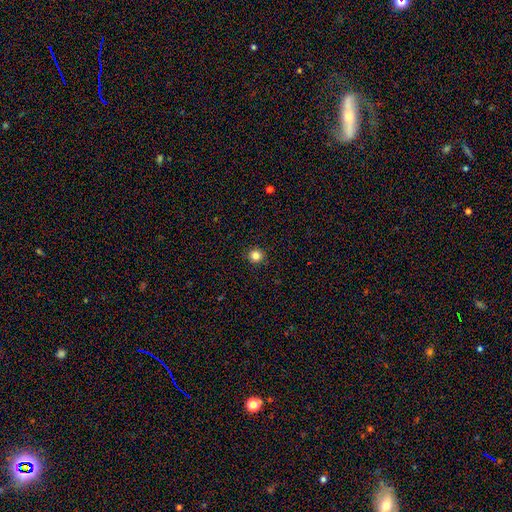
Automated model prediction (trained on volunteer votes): Q: Smooth or featured?
A: smooth (84%); runner-up: star or artifact (12%)
Q: How rounded?
A: round (95%); runner-up: in between (4%)
Q: Merging?
A: none (93%); runner-up: minor disturbance (5%)